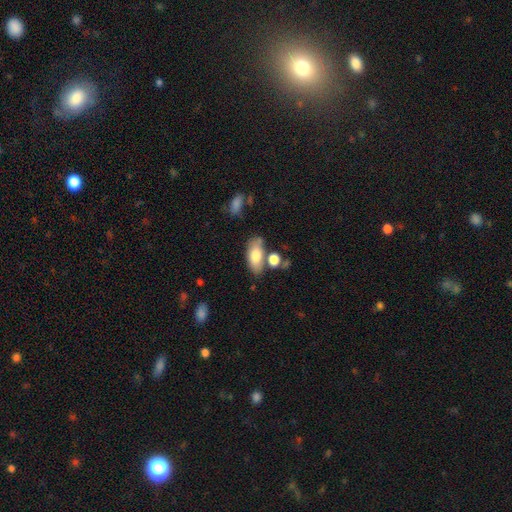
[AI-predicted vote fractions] The model was most divided on "merging": none: 64%, merger: 16%, minor disturbance: 15%, major disturbance: 5%. More confident: how rounded — in between (88%); smooth or featured — smooth (78%).